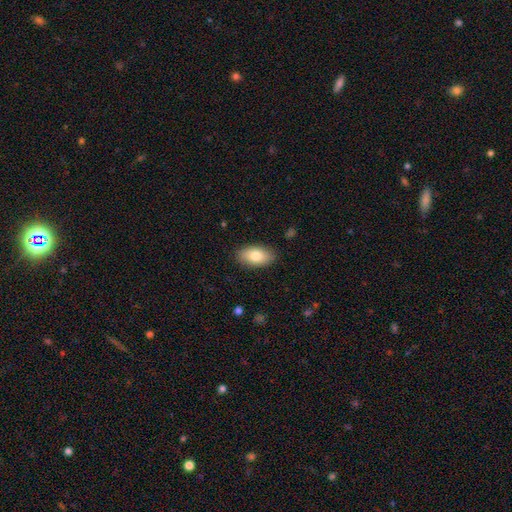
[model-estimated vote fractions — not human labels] The model was most divided on "smooth or featured": smooth: 79%, featured or disk: 14%, star or artifact: 6%. More confident: how rounded — in between (93%); merging — none (87%).